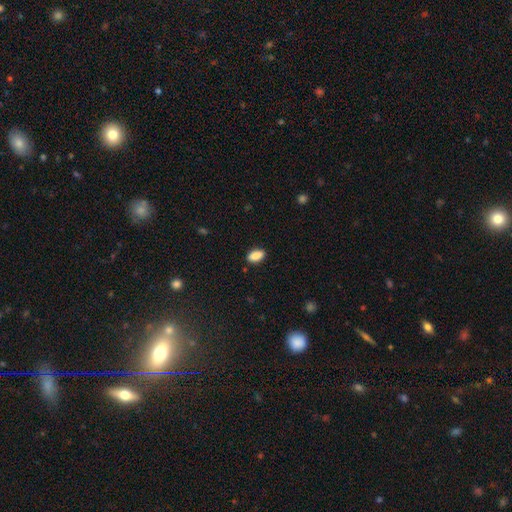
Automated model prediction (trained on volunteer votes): Q: Smooth or featured?
A: smooth (87%); runner-up: star or artifact (7%)
Q: How rounded?
A: in between (88%); runner-up: cigar-shaped (8%)
Q: Merging?
A: none (88%); runner-up: minor disturbance (9%)